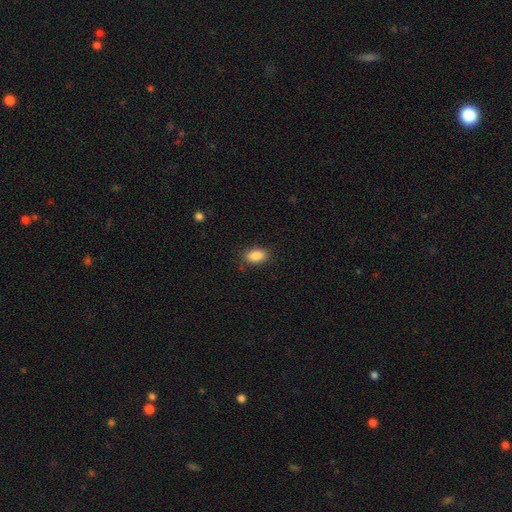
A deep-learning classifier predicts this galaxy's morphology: Q: Smooth or featured?
A: smooth (88%); runner-up: star or artifact (8%)
Q: How rounded?
A: in between (90%); runner-up: round (7%)
Q: Merging?
A: none (85%); runner-up: minor disturbance (11%)